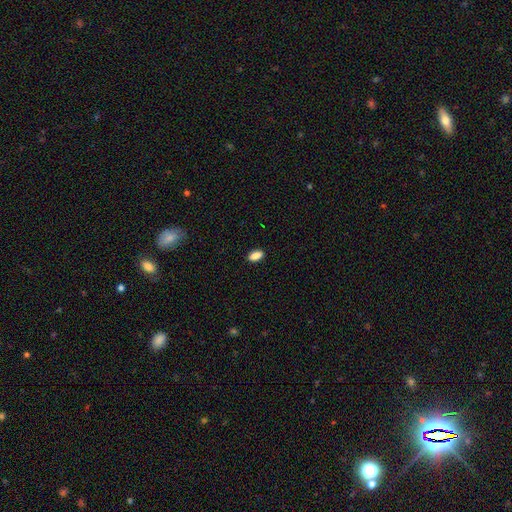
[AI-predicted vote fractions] Smooth or featured?
  - smooth: 87% *
  - star or artifact: 8%
  - featured or disk: 4%
How rounded?
  - in between: 88% *
  - cigar-shaped: 7%
  - round: 5%
Merging?
  - none: 89% *
  - minor disturbance: 8%
  - major disturbance: 2%
  - merger: 1%